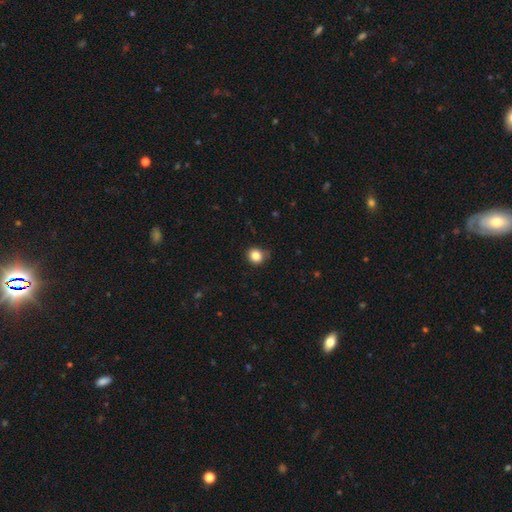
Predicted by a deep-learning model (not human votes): This is clearly a smooth galaxy (84%). How rounded: likely round (80%). Merging: likely none (77%).